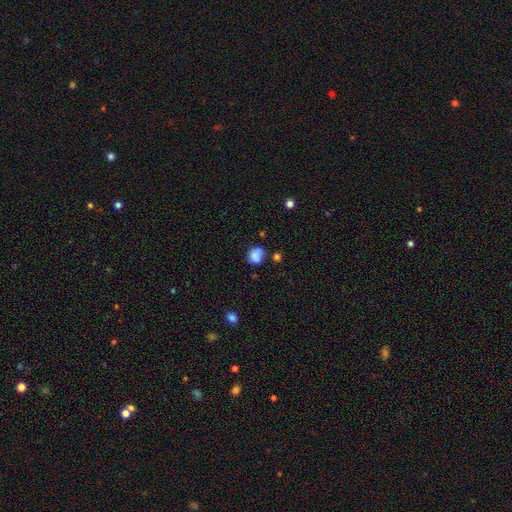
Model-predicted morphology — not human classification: Smooth or featured?
  - smooth: 79% *
  - featured or disk: 11%
  - star or artifact: 10%
How rounded?
  - round: 67% *
  - in between: 32%
  - cigar-shaped: 1%
Merging?
  - none: 50% *
  - minor disturbance: 26%
  - merger: 15%
  - major disturbance: 10%